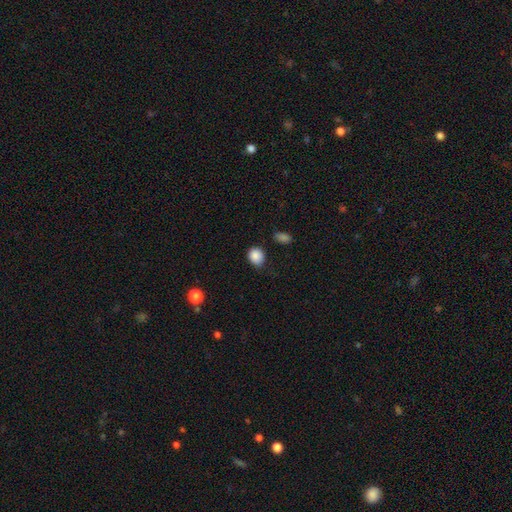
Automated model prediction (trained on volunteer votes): Overall: smooth (87%). How rounded: round (63%; in between 36%). Merging: none (77%).